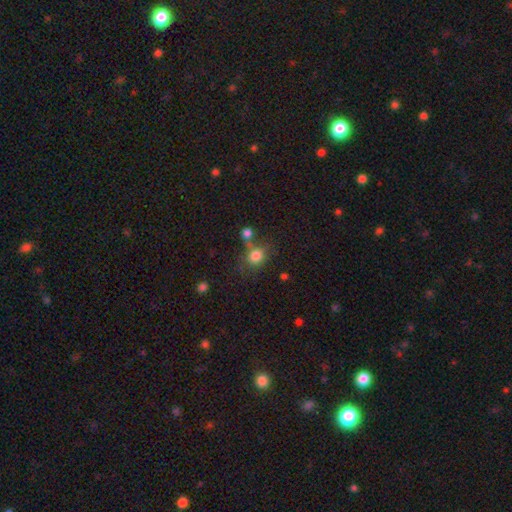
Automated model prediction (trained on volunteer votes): Q: Smooth or featured?
A: smooth (81%); runner-up: star or artifact (12%)
Q: How rounded?
A: round (60%); runner-up: in between (38%)
Q: Merging?
A: none (56%); runner-up: merger (22%)